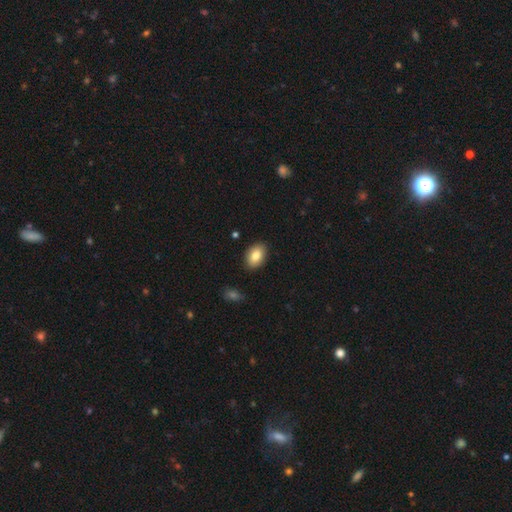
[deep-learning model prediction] This is clearly a smooth galaxy (83%). How rounded: clearly in between (88%). Merging: clearly none (88%).